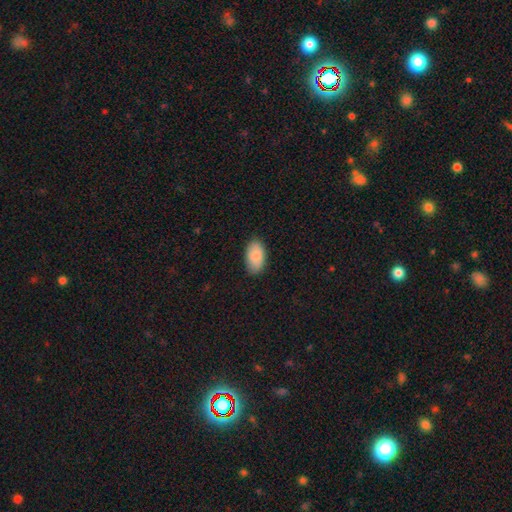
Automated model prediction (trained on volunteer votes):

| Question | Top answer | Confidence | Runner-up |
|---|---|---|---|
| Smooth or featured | smooth | 89% | star or artifact (6%) |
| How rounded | in between | 95% | round (3%) |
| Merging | none | 86% | minor disturbance (11%) |